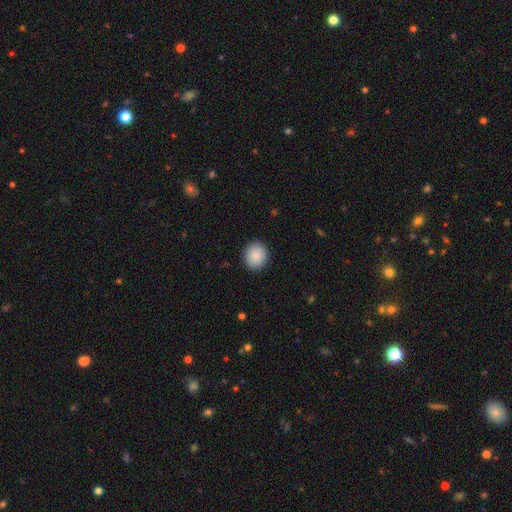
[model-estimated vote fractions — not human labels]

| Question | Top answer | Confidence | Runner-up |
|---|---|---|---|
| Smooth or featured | smooth | 89% | star or artifact (7%) |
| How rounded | round | 81% | in between (18%) |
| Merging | none | 91% | minor disturbance (6%) |